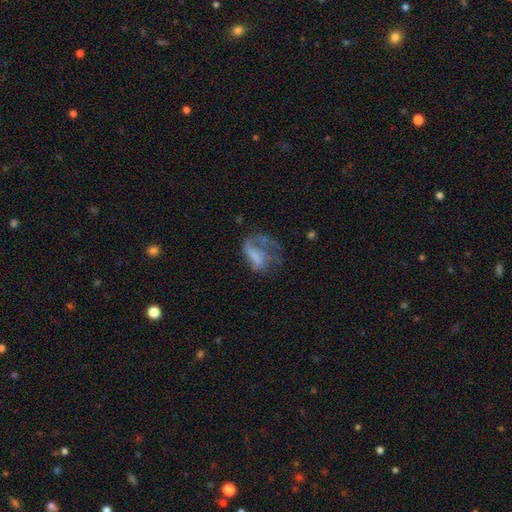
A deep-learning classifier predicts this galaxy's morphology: featured or disk 54%, smooth 34%, star or artifact 12%. Down the decision tree: edge-on disk — no (97%); bar — no (55%); spiral arms — yes (54%); bulge size — none (63%); merging — major disturbance (52%).